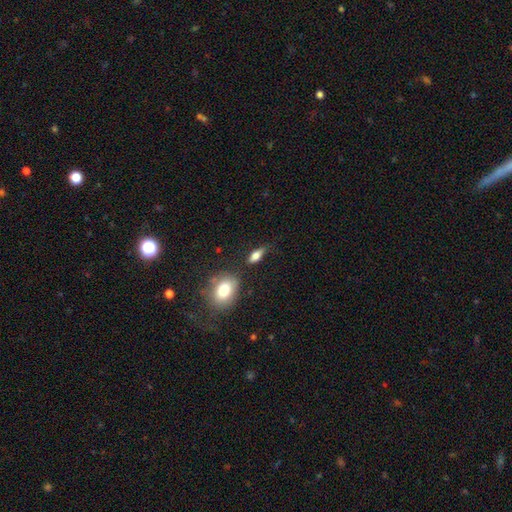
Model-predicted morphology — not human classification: Q: Smooth or featured?
A: smooth (69%); runner-up: featured or disk (22%)
Q: How rounded?
A: in between (71%); runner-up: cigar-shaped (21%)
Q: Merging?
A: none (66%); runner-up: minor disturbance (21%)